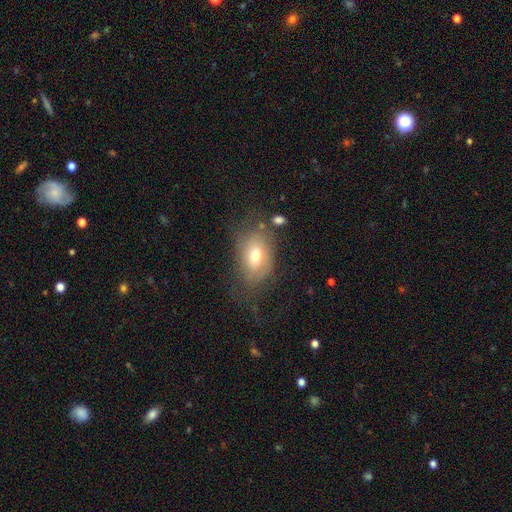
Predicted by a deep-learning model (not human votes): Smooth or featured? Predicted: smooth (p=0.63). How rounded? Predicted: in between (p=0.86). Merging? Predicted: none (p=0.60).